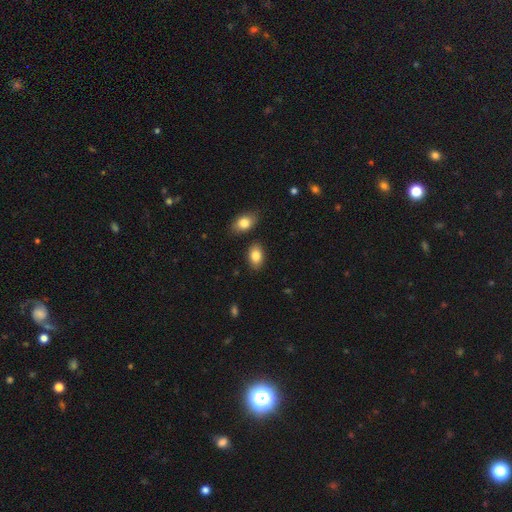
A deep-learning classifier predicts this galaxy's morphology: smooth_or_featured: smooth (p=0.84) [alt: featured or disk p=0.08]
how_rounded: in between (p=0.88) [alt: round p=0.11]
merging: none (p=0.83) [alt: minor disturbance p=0.10]